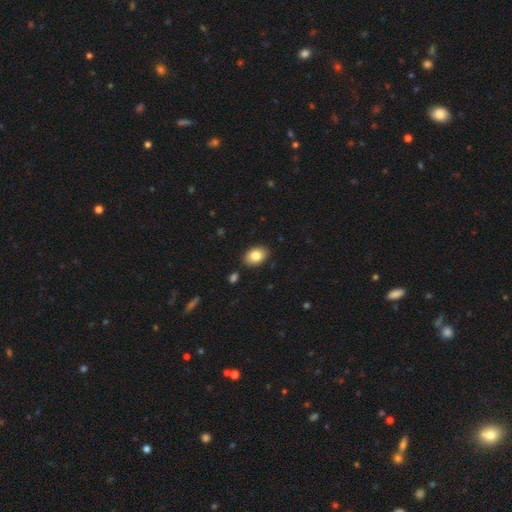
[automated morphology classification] This is clearly a smooth galaxy (84%). How rounded: clearly in between (83%). Merging: clearly none (87%).